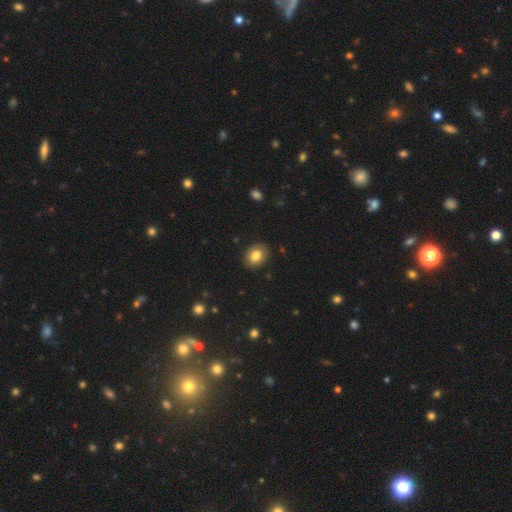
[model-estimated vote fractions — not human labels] Q: Smooth or featured?
A: smooth (83%); runner-up: star or artifact (8%)
Q: How rounded?
A: in between (57%); runner-up: round (42%)
Q: Merging?
A: none (88%); runner-up: minor disturbance (9%)